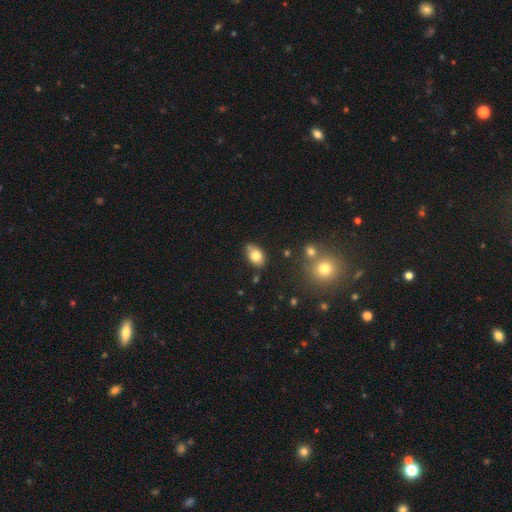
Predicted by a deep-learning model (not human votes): Morphology: type=smooth (80%); roundness=in between (81%); merging=none (76%).